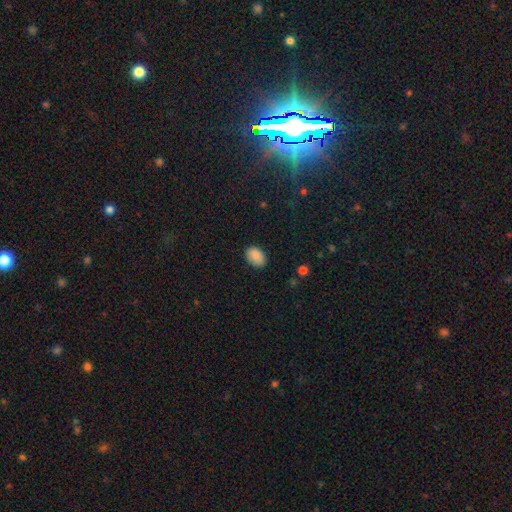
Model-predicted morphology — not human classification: Overall: smooth (88%). How rounded: in between (80%). Merging: none (85%).